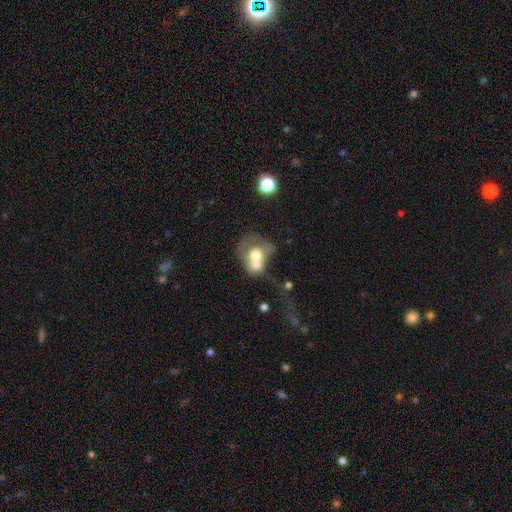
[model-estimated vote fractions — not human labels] Smooth or featured: smooth — 54% (featured or disk — 37%)
How rounded: round — 59% (in between — 40%)
Merging: merger — 70% (major disturbance — 12%)